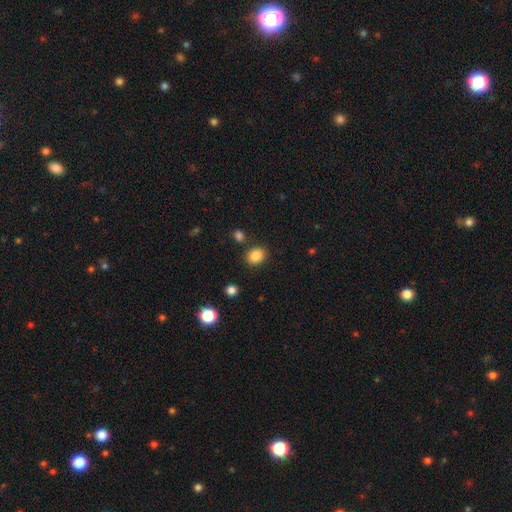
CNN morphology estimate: smooth 85%, star or artifact 10%, featured or disk 5%. Down the decision tree: how rounded — round (54%); merging — none (84%).